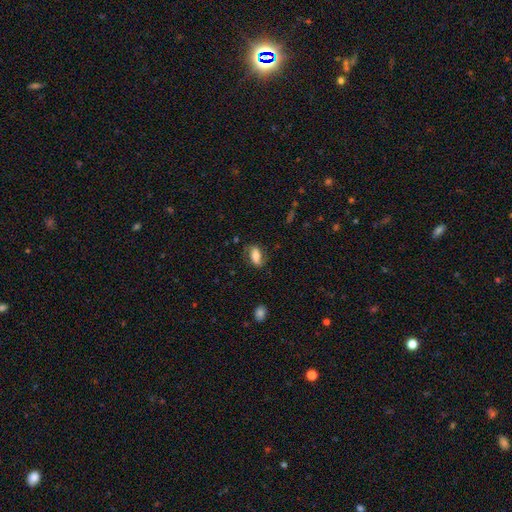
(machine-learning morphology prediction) This appears to be a smooth galaxy with no disk features (61%) that is in between round and cigar-shaped (87%). Merging: none (71%).